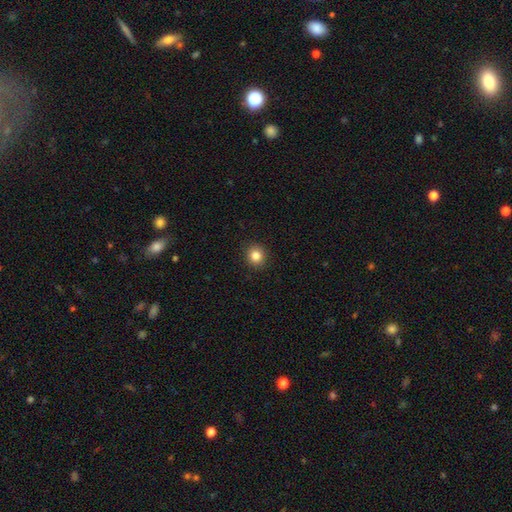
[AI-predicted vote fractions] smooth-or-featured: smooth: 84% | star or artifact: 11% | featured or disk: 5%
  how-rounded: round: 88% | in between: 11% | cigar-shaped: 1%
  merging: none: 92% | minor disturbance: 5% | major disturbance: 2% | merger: 1%